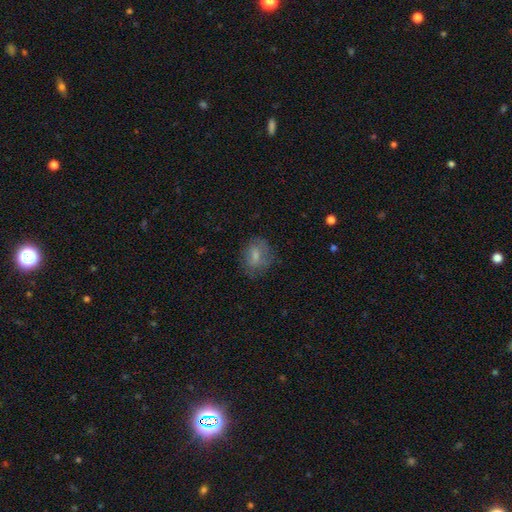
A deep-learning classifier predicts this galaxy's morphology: smooth-or-featured: smooth: 67% | featured or disk: 23% | star or artifact: 9%
  how-rounded: in between: 61% | round: 37% | cigar-shaped: 2%
  merging: none: 66% | minor disturbance: 22% | major disturbance: 11% | merger: 2%